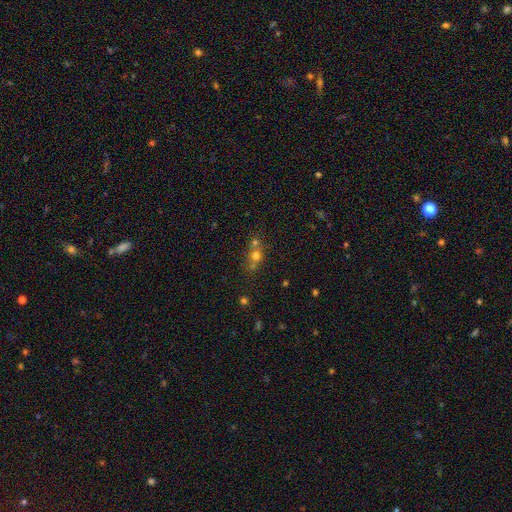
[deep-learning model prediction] Smooth or featured? smooth (63%)
How rounded? round (81%)
Merging? merger (44%, tied with none)